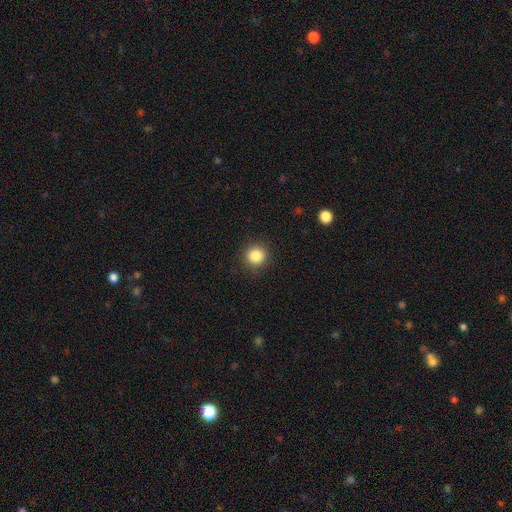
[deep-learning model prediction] A smooth galaxy with no disk features (85%) that is round (94%).

Vote fractions:
- Smooth or featured? smooth: 85% / star or artifact: 11% / featured or disk: 4%
- How rounded? round: 94% / in between: 5% / cigar-shaped: 1%
- Merging? none: 91% / minor disturbance: 6% / major disturbance: 2% / merger: 1%